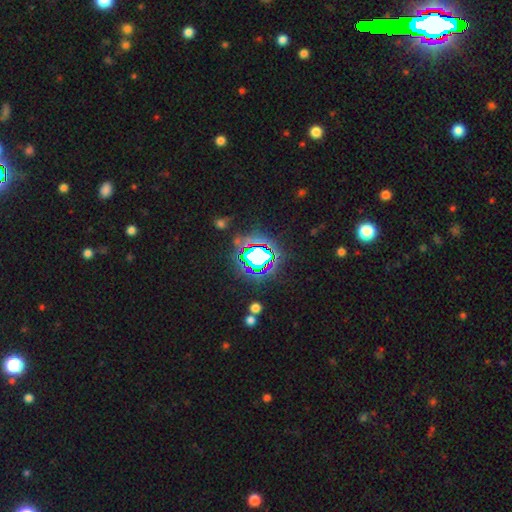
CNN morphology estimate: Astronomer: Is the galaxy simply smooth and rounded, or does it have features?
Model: star or artifact — 78%.